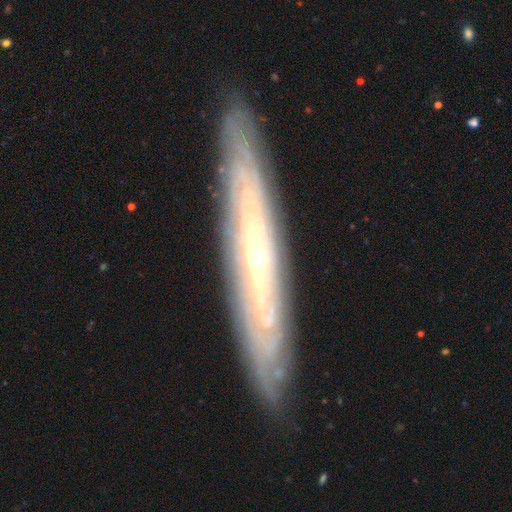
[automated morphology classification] This is clearly a featured or disk galaxy (80%). It is possibly viewed edge-on (55%). Merging: clearly none (87%).